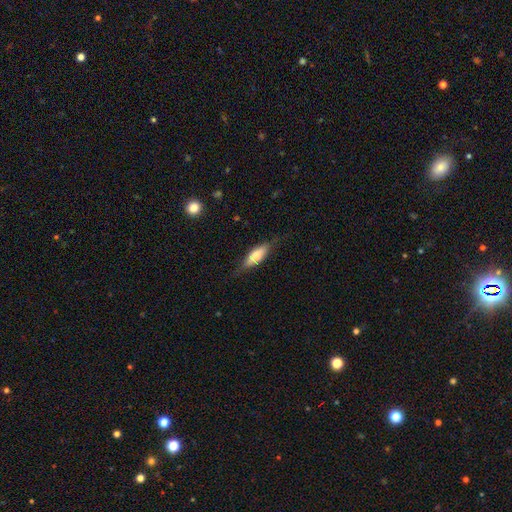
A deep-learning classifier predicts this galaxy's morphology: This appears to be a smooth galaxy with no disk features (58%) that is in between round and cigar-shaped (59%). Merging: none (72%).